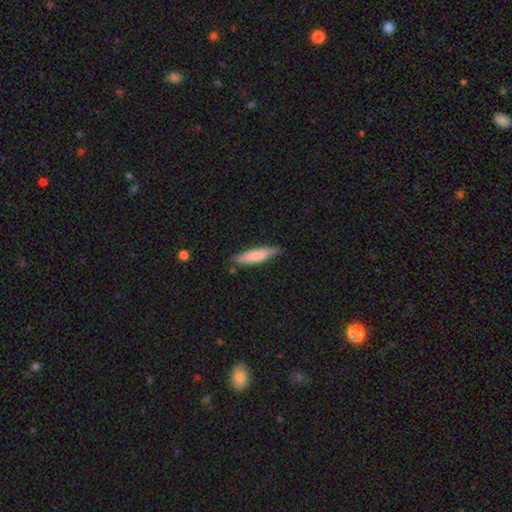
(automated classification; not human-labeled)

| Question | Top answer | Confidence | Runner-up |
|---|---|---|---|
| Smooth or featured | smooth | 77% | featured or disk (18%) |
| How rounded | cigar-shaped | 77% | in between (22%) |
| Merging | none | 76% | minor disturbance (19%) |